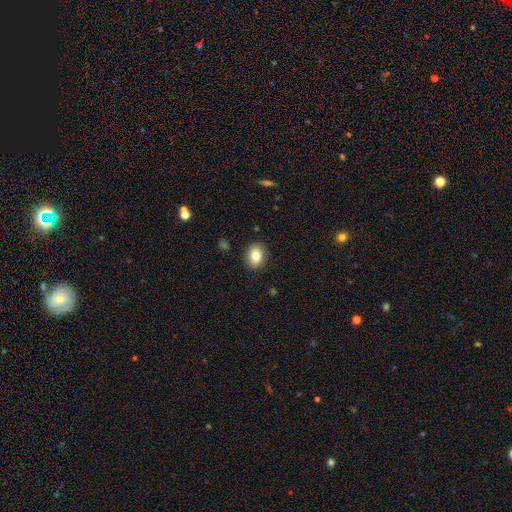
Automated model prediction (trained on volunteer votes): smooth-or-featured: smooth: 83% | star or artifact: 9% | featured or disk: 8%
  how-rounded: in between: 52% | round: 47% | cigar-shaped: 1%
  merging: none: 88% | minor disturbance: 8% | major disturbance: 2% | merger: 1%